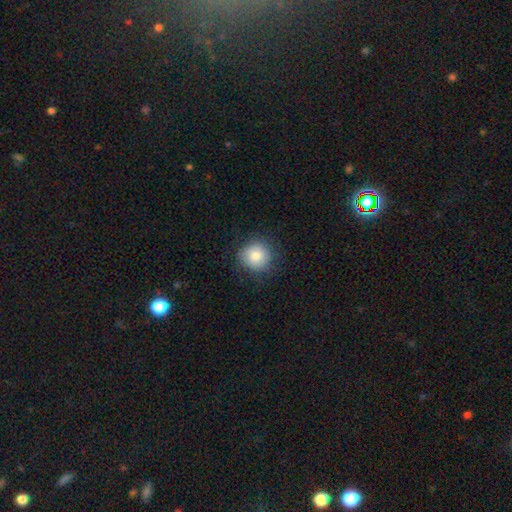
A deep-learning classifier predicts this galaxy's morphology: Q: Smooth or featured?
A: smooth (81%); runner-up: featured or disk (10%)
Q: How rounded?
A: round (91%); runner-up: in between (8%)
Q: Merging?
A: none (82%); runner-up: minor disturbance (13%)